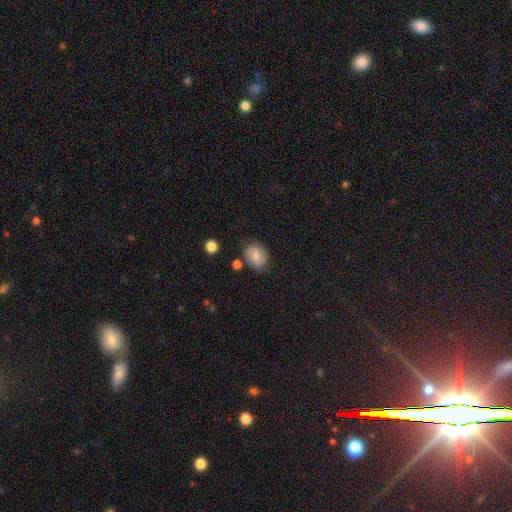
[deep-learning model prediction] Smooth or featured?
  - smooth: 56% *
  - featured or disk: 35%
  - star or artifact: 9%
How rounded?
  - in between: 65% *
  - round: 34%
  - cigar-shaped: 1%
Merging?
  - none: 70% *
  - minor disturbance: 20%
  - merger: 5%
  - major disturbance: 5%